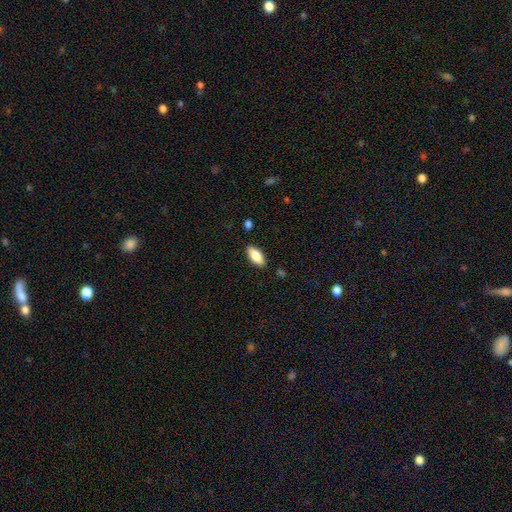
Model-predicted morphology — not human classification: Overall: smooth (82%). How rounded: in between (85%). Merging: none (87%).